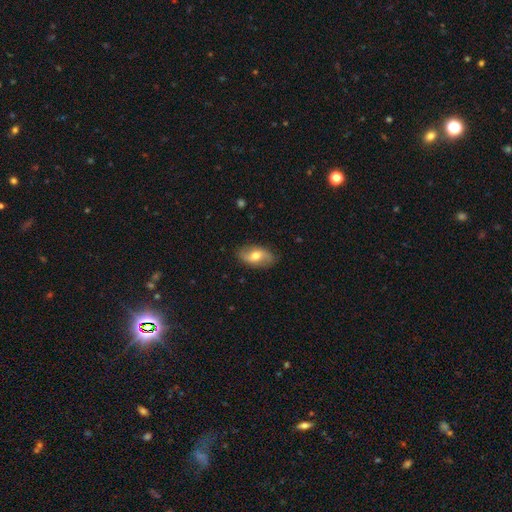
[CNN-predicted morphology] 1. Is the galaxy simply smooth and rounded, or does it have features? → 49% featured or disk, 44% smooth, 7% star or artifact.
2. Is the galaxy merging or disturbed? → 84% none, 12% minor disturbance, 3% major disturbance, 1% merger.